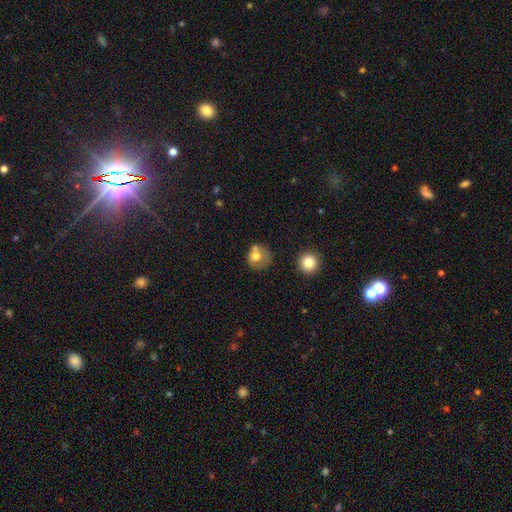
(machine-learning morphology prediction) A smooth galaxy with no disk features (67%) that is round (82%).

Vote fractions:
- Smooth or featured? smooth: 67% / featured or disk: 23% / star or artifact: 9%
- How rounded? round: 82% / in between: 17% / cigar-shaped: 1%
- Merging? none: 50% / minor disturbance: 22% / merger: 16% / major disturbance: 12%